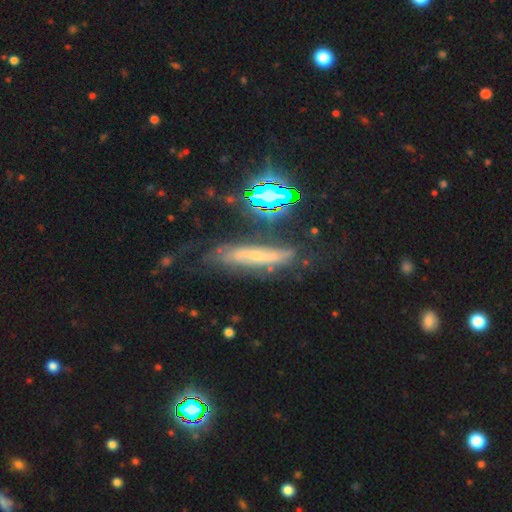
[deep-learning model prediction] A featured or disk galaxy (62%). Merging: none (59%).